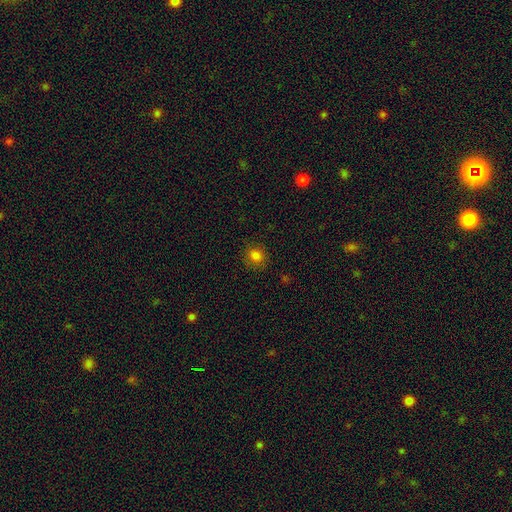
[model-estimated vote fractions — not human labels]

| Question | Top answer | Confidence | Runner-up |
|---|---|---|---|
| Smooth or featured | smooth | 81% | star or artifact (14%) |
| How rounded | round | 80% | in between (19%) |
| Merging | none | 85% | minor disturbance (10%) |